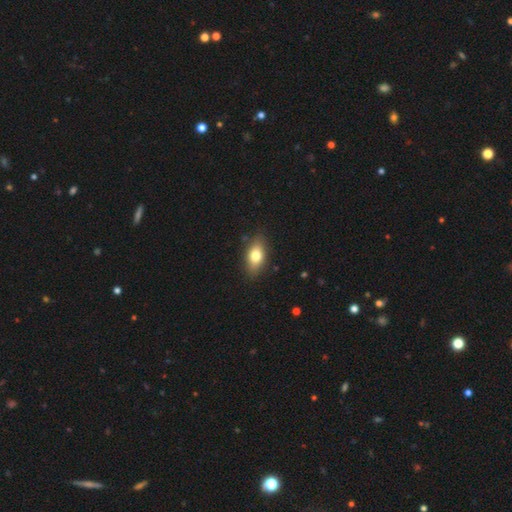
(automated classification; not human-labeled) This appears to be a smooth galaxy with no disk features (76%) that is in between round and cigar-shaped (84%). Merging: none (84%).